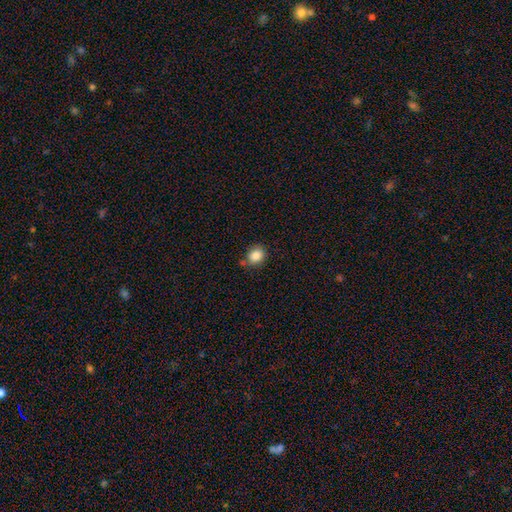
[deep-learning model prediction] This appears to be a smooth galaxy with no disk features (86%) that is round (67%). Merging: none (71%).